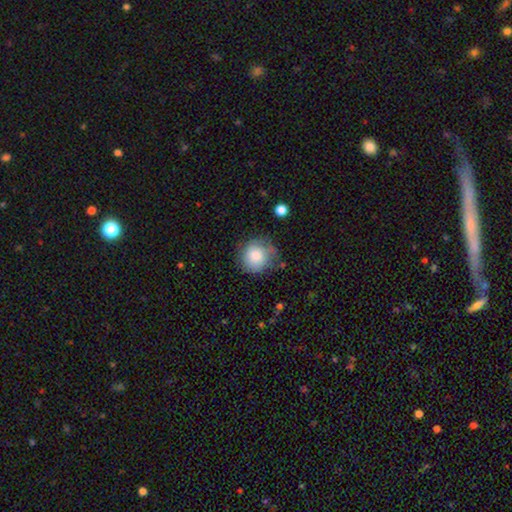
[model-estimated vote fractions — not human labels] smooth-or-featured: smooth: 76% | featured or disk: 16% | star or artifact: 8%
  how-rounded: round: 87% | in between: 12% | cigar-shaped: 1%
  merging: none: 61% | minor disturbance: 27% | major disturbance: 9% | merger: 3%